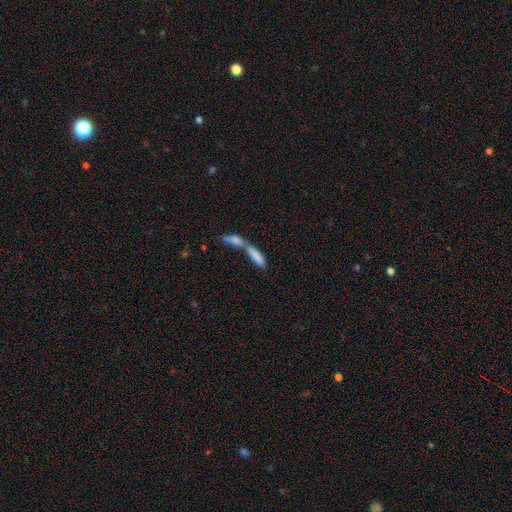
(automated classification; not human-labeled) A smooth galaxy with no disk features (76%) that is cigar-shaped (55%).

Vote fractions:
- Smooth or featured? smooth: 76% / featured or disk: 16% / star or artifact: 8%
- How rounded? cigar-shaped: 55% / in between: 42% / round: 2%
- Merging? merger: 74% / none: 16% / minor disturbance: 6% / major disturbance: 4%